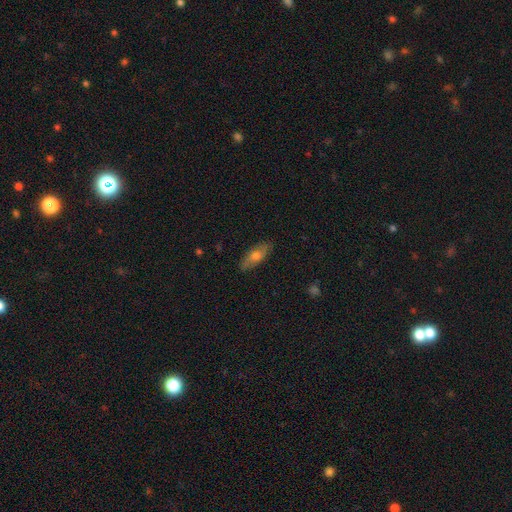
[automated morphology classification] The model was most divided on "smooth or featured": smooth: 61%, featured or disk: 32%, star or artifact: 7%. More confident: merging — none (86%); how rounded — in between (69%).